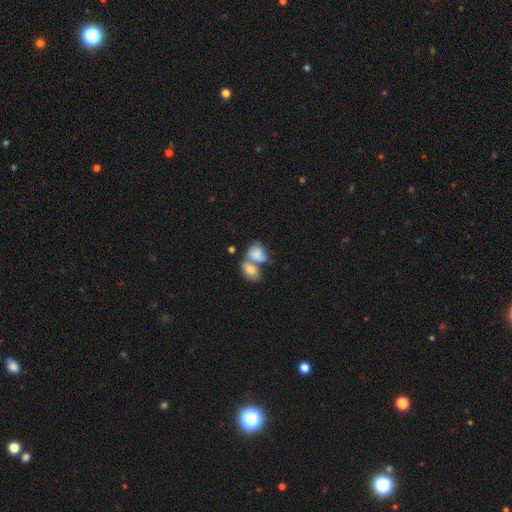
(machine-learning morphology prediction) smooth 75%, featured or disk 18%, star or artifact 7%. Down the decision tree: how rounded — in between (73%); merging — merger (67%).